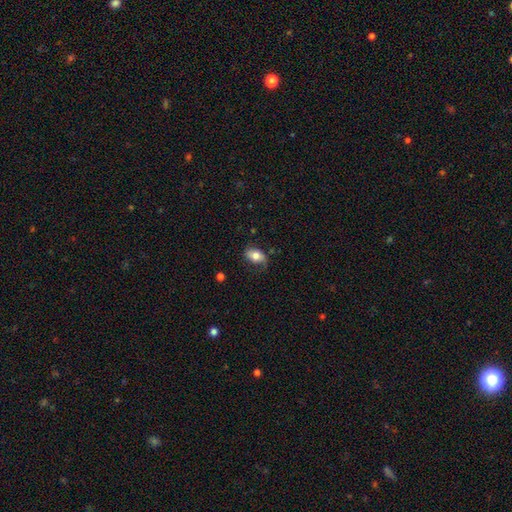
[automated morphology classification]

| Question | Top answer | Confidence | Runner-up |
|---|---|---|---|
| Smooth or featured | smooth | 72% | featured or disk (20%) |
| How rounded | in between | 89% | round (9%) |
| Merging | none | 64% | minor disturbance (25%) |